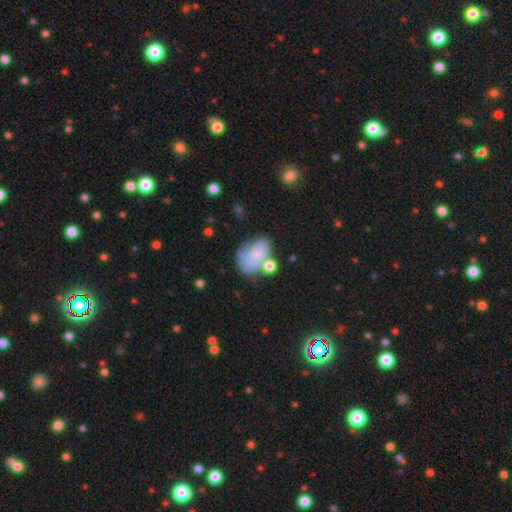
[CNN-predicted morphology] Smooth or featured? smooth (52%)
How rounded? in between (78%)
Merging? none (34%)